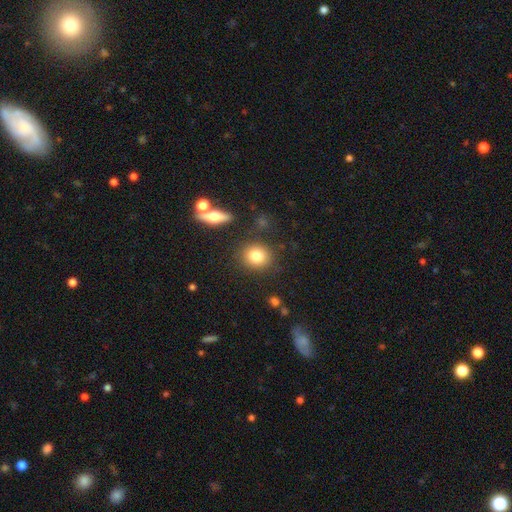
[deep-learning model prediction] A smooth galaxy with no disk features (82%) that is round (76%). Merging: none (84%).